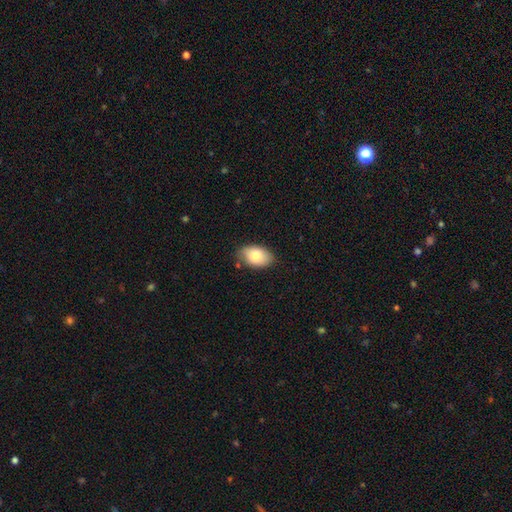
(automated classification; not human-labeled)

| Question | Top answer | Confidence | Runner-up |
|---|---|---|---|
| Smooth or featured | smooth | 81% | featured or disk (12%) |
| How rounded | in between | 90% | round (9%) |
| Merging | none | 78% | minor disturbance (17%) |